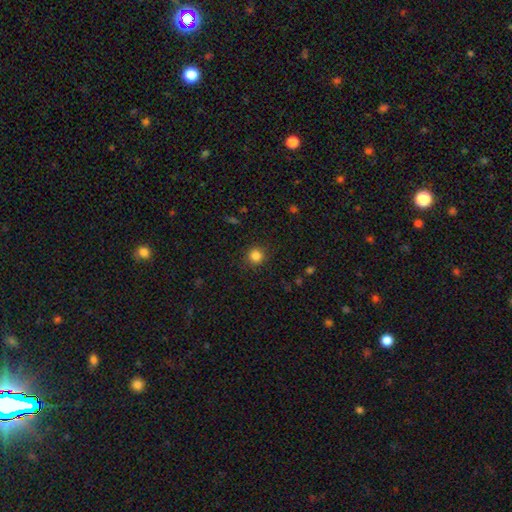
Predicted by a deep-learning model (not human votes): A smooth galaxy with no disk features (84%) that is round (91%).

Vote fractions:
- Smooth or featured? smooth: 84% / star or artifact: 12% / featured or disk: 5%
- How rounded? round: 91% / in between: 8% / cigar-shaped: 1%
- Merging? none: 88% / minor disturbance: 8% / major disturbance: 3% / merger: 1%